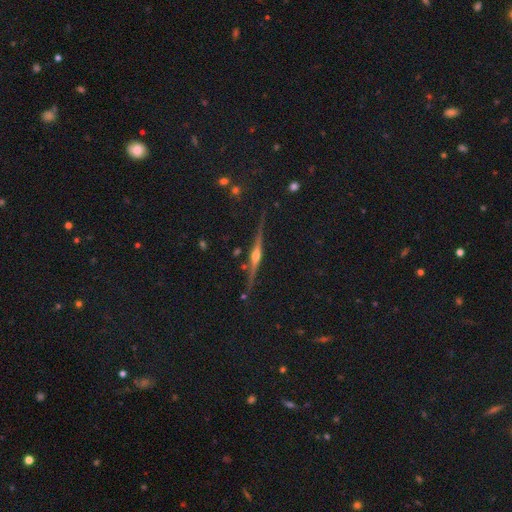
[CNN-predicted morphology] Smooth or featured?
  - featured or disk: 84% *
  - smooth: 9%
  - star or artifact: 8%
Edge-on disk?
  - yes: 98% *
  - no: 2%
Edge-on bulge?
  - rounded: 91% *
  - boxy: 5%
  - none: 4%
Merging?
  - none: 83% *
  - minor disturbance: 12%
  - merger: 3%
  - major disturbance: 3%